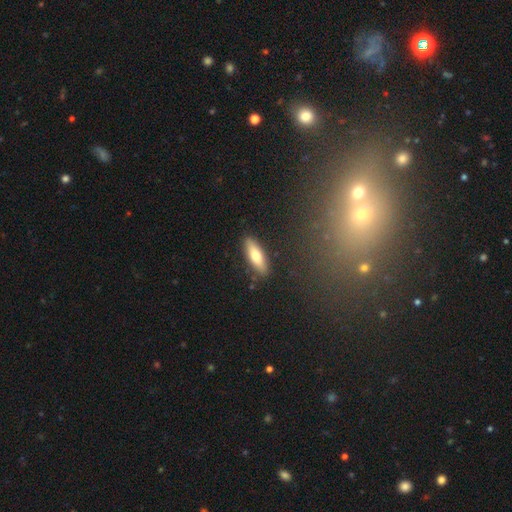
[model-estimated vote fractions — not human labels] Morphology: type=smooth (72%); roundness=in between (50%); merging=none (88%).